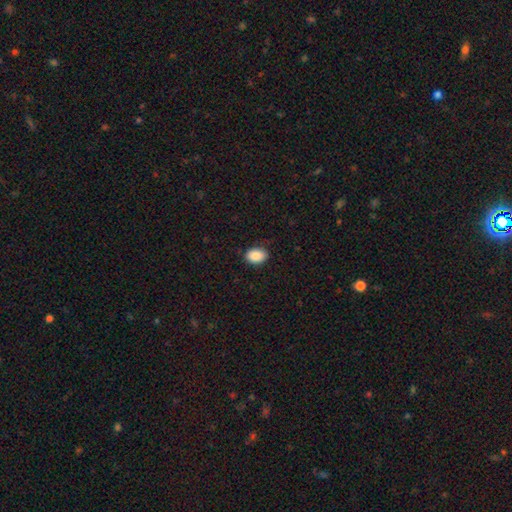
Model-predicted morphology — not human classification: This appears to be a smooth galaxy with no disk features (89%) that is in between round and cigar-shaped (83%). Merging: none (85%).